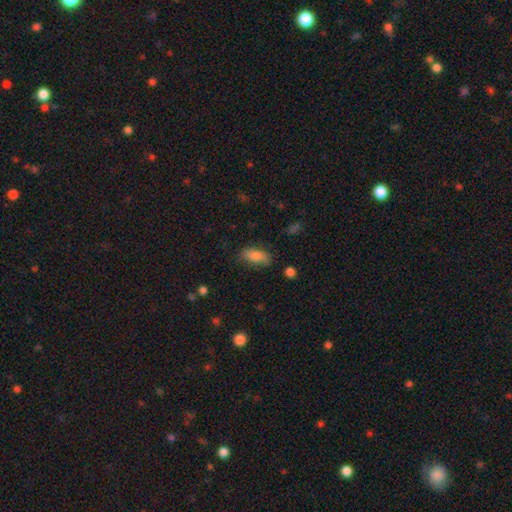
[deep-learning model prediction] This appears to be a smooth galaxy with no disk features (82%) that is in between round and cigar-shaped (84%). Merging: none (77%).